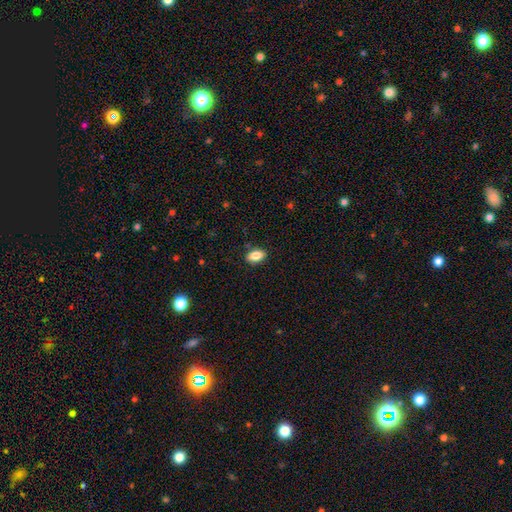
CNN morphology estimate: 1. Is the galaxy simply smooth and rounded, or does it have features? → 85% smooth, 8% star or artifact, 6% featured or disk.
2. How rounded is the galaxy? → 90% in between, 7% round, 3% cigar-shaped.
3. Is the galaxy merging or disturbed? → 86% none, 10% minor disturbance, 2% major disturbance, 1% merger.